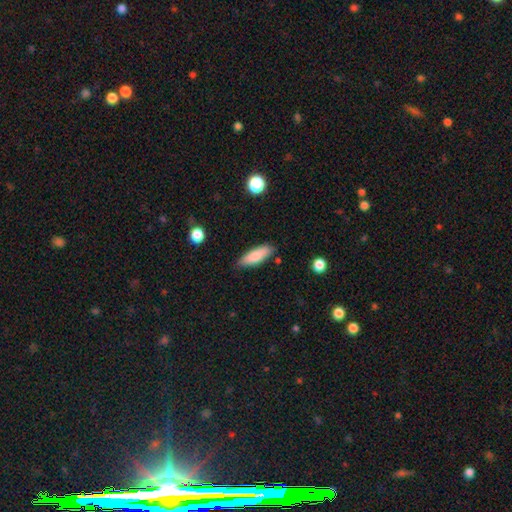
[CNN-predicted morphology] A smooth galaxy with no disk features (80%) that is in between round and cigar-shaped (55%).

Vote fractions:
- Smooth or featured? smooth: 80% / featured or disk: 14% / star or artifact: 6%
- How rounded? in between: 55% / cigar-shaped: 43% / round: 2%
- Merging? none: 82% / minor disturbance: 14% / major disturbance: 2% / merger: 2%